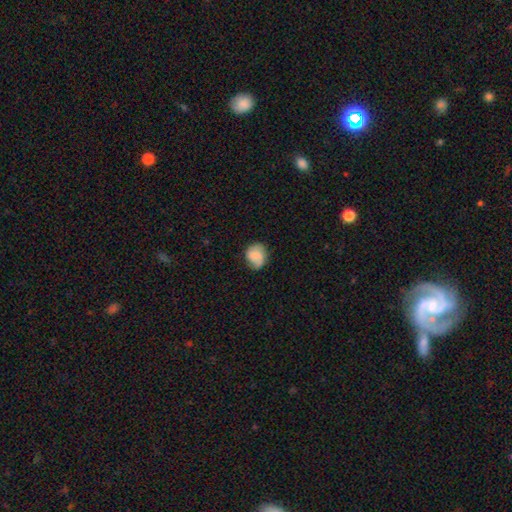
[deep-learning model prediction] Smooth or featured? Predicted: smooth (p=0.65). How rounded? Predicted: round (p=0.70). Merging? Predicted: none (p=0.68).